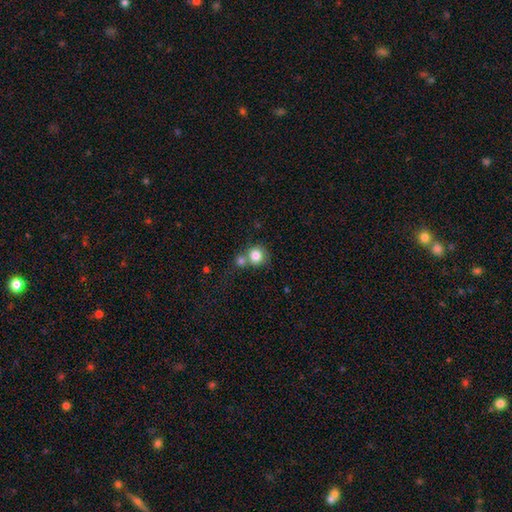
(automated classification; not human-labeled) Smooth or featured? Predicted: smooth (p=0.81). How rounded? Predicted: round (p=0.88). Merging? Predicted: none (p=0.47).